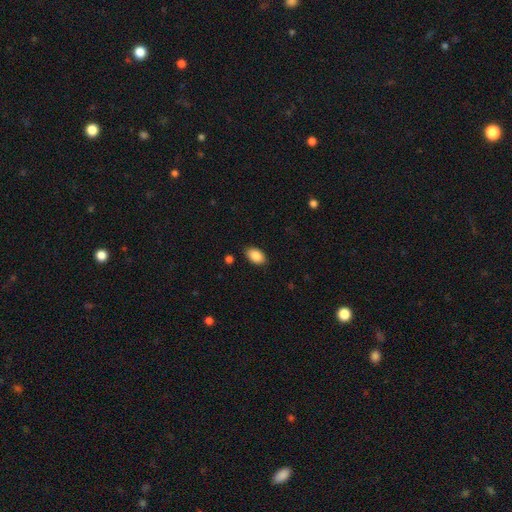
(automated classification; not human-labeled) smooth_or_featured: smooth (p=0.87) [alt: star or artifact p=0.07]
how_rounded: in between (p=0.92) [alt: round p=0.07]
merging: none (p=0.87) [alt: minor disturbance p=0.09]